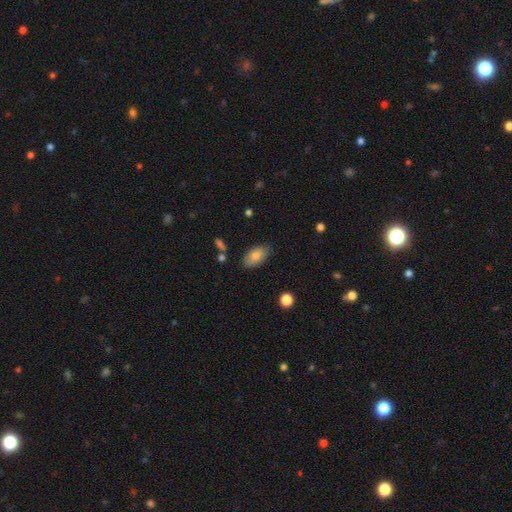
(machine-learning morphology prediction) A smooth galaxy with no disk features (81%) that is in between round and cigar-shaped (94%).

Vote fractions:
- Smooth or featured? smooth: 81% / featured or disk: 12% / star or artifact: 7%
- How rounded? in between: 94% / round: 4% / cigar-shaped: 2%
- Merging? none: 81% / minor disturbance: 15% / major disturbance: 3% / merger: 2%